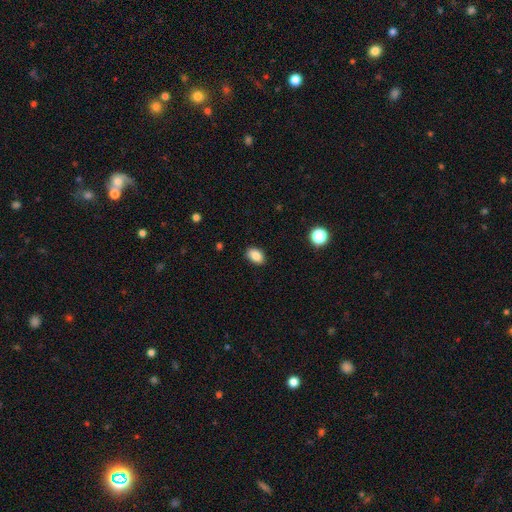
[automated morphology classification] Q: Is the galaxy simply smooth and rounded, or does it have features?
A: smooth — 87%.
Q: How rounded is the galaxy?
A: in between — 85%.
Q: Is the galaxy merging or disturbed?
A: none — 88%.